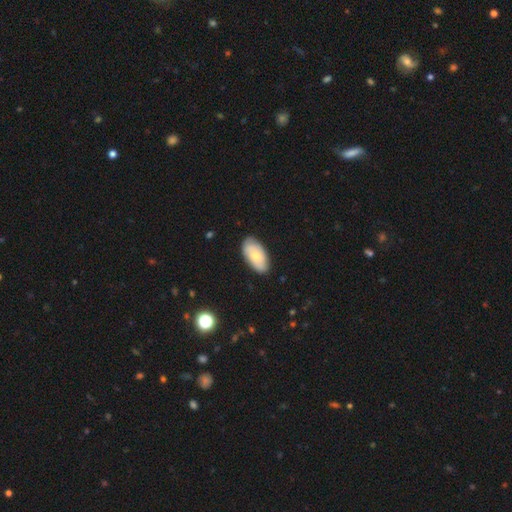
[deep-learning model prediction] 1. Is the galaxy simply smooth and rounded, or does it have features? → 66% smooth, 28% featured or disk, 6% star or artifact.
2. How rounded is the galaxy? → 95% in between, 3% round, 2% cigar-shaped.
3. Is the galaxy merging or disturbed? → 82% none, 14% minor disturbance, 3% major disturbance, 1% merger.